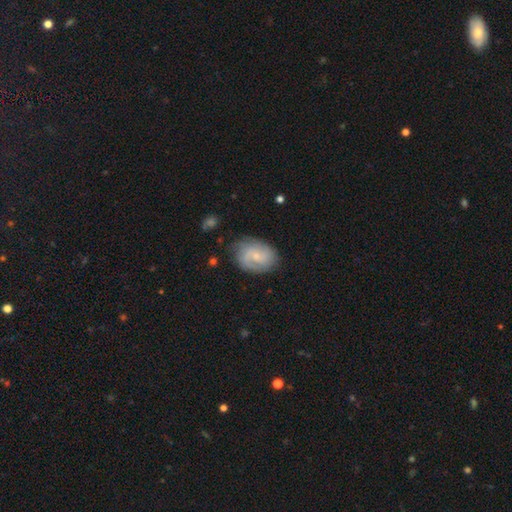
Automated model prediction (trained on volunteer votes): Smooth or featured? Predicted: featured or disk (p=0.66). Edge-on disk? Predicted: no (p=0.97). Bar? Predicted: no (p=0.50). Spiral arms? Predicted: yes (p=0.90). Spiral winding? Predicted: tight (p=0.41, tied with medium). Spiral arm count? Predicted: 2 (p=0.54). Bulge size? Predicted: small (p=0.64). Merging? Predicted: none (p=0.71).